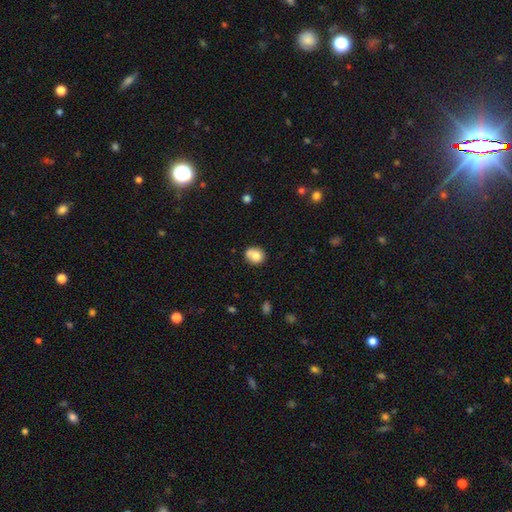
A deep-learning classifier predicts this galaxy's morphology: Smooth or featured? Predicted: smooth (p=0.76). How rounded? Predicted: round (p=0.69). Merging? Predicted: none (p=0.57).